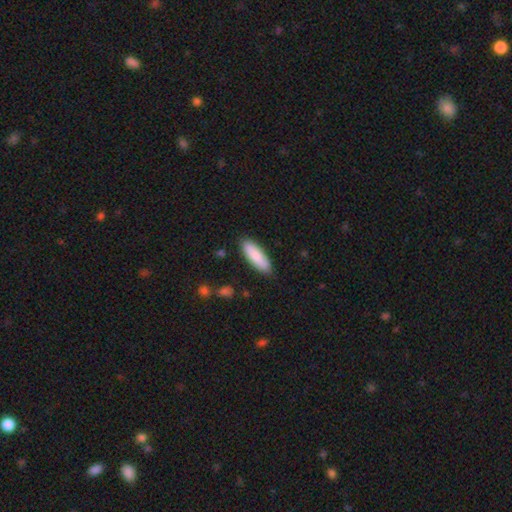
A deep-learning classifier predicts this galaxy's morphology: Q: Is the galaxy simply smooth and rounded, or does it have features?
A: smooth — 87%.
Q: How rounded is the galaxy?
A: in between — 55%.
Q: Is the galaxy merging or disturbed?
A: none — 86%.